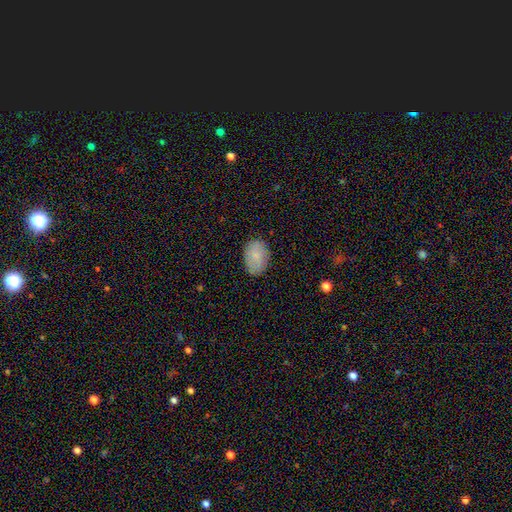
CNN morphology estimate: smooth_or_featured: smooth (p=0.79) [alt: featured or disk p=0.13]
how_rounded: in between (p=0.84) [alt: round p=0.15]
merging: none (p=0.83) [alt: minor disturbance p=0.14]